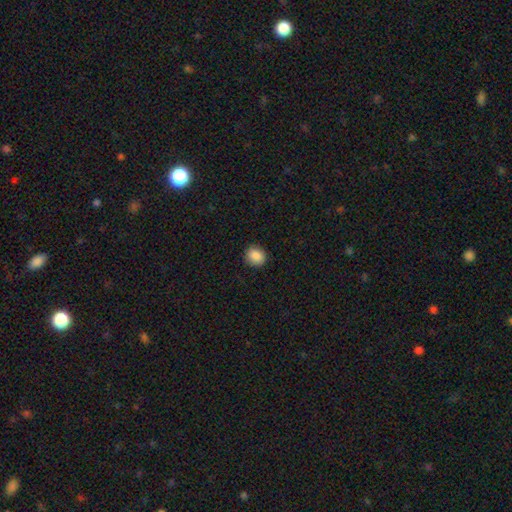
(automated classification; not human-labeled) Smooth or featured? Predicted: smooth (p=0.88). How rounded? Predicted: round (p=0.74). Merging? Predicted: none (p=0.89).